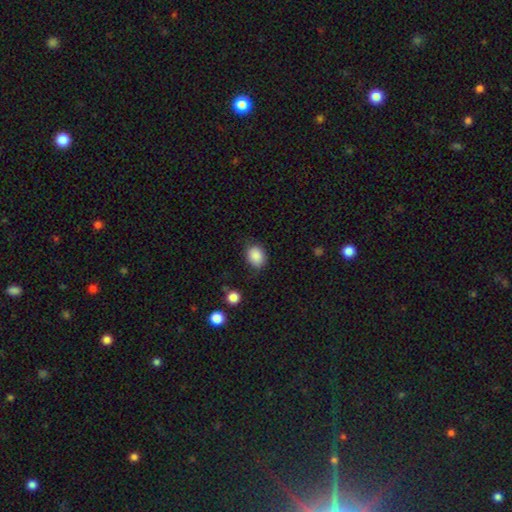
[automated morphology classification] A smooth galaxy with no disk features (88%) that is in between round and cigar-shaped (53%). Merging: none (78%).